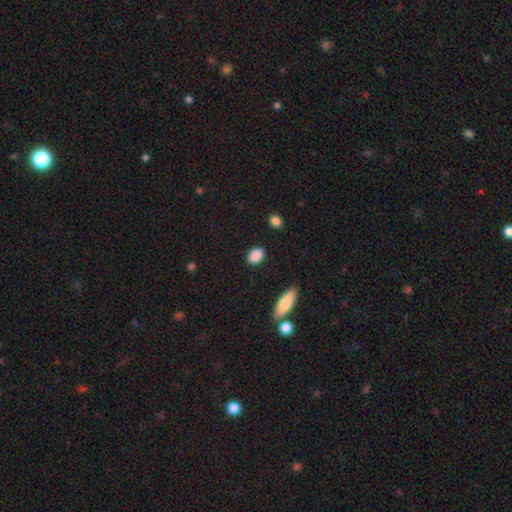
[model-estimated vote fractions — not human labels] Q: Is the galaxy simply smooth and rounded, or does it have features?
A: smooth — 89%.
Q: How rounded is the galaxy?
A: in between — 65%.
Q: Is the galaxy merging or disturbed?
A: none — 88%.